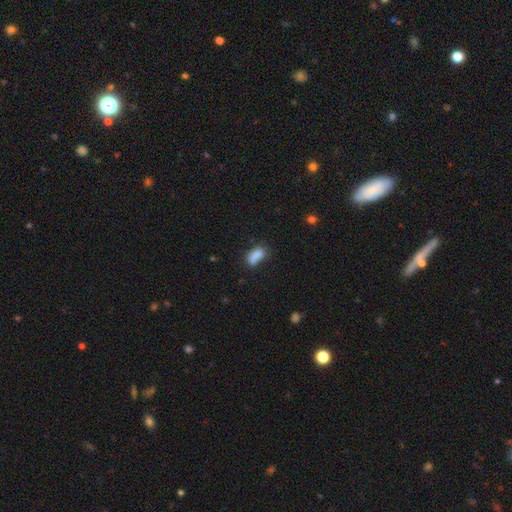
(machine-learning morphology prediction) type=smooth (82%); roundness=in between (86%); merging=none (47%).